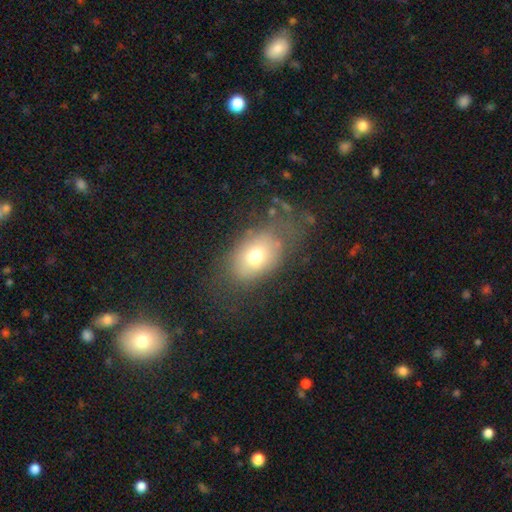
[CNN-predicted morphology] Smooth or featured? smooth (69%)
How rounded? in between (79%)
Merging? none (58%)